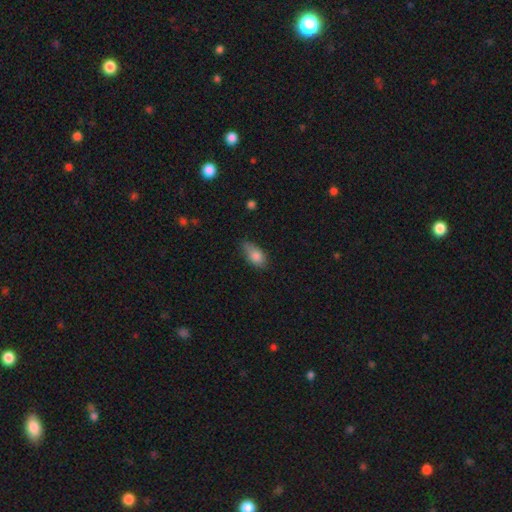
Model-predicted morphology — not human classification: This appears to be a smooth galaxy with no disk features (83%) that is in between round and cigar-shaped (87%). Merging: none (50%).